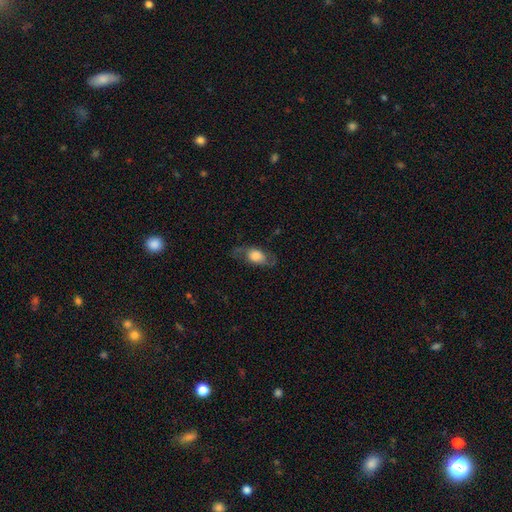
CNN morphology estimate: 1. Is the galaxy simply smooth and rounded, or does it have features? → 53% smooth, 39% featured or disk, 8% star or artifact.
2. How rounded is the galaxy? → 77% in between, 16% round, 7% cigar-shaped.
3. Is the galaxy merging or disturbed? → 65% none, 20% minor disturbance, 14% major disturbance, 1% merger.